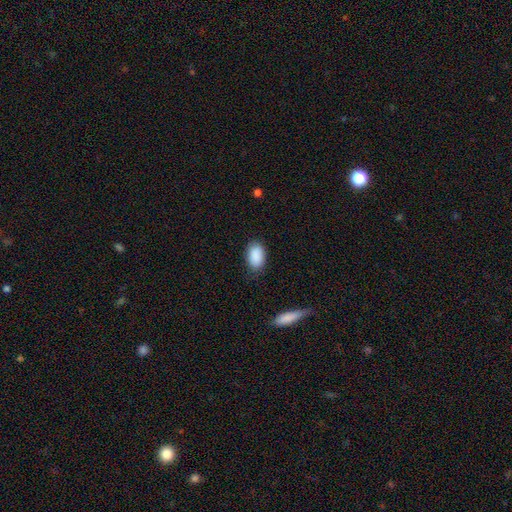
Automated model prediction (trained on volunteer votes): Overall: smooth (90%). How rounded: in between (91%). Merging: none (80%).